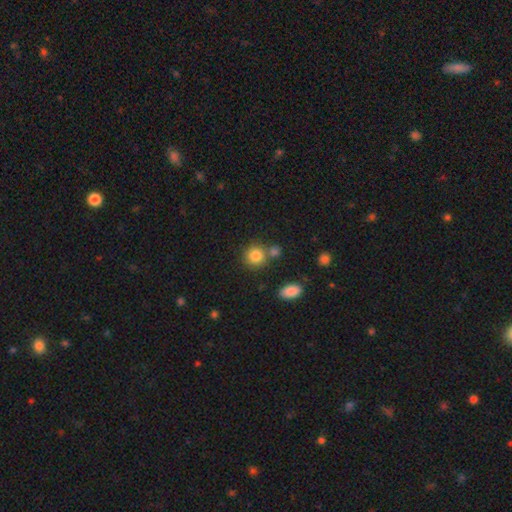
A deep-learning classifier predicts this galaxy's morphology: The model was most divided on "merging": none: 69%, merger: 18%, minor disturbance: 10%, major disturbance: 4%. More confident: how rounded — round (86%); smooth or featured — smooth (83%).